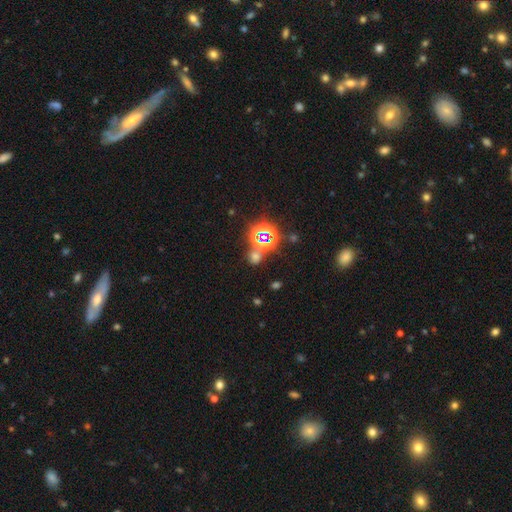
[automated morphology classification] Smooth or featured? Predicted: star or artifact (p=0.60).